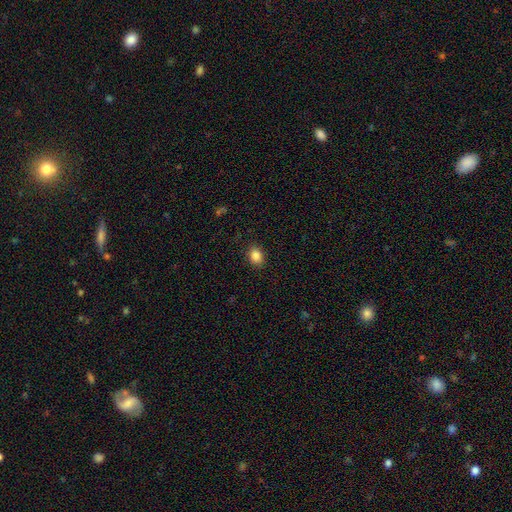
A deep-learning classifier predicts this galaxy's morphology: type=smooth (86%); roundness=in between (61%); merging=none (89%).